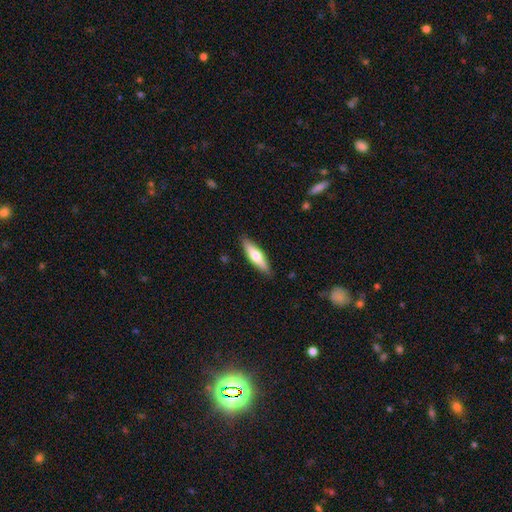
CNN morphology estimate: smooth-or-featured: smooth: 59% | featured or disk: 35% | star or artifact: 5%
  how-rounded: cigar-shaped: 66% | in between: 33% | round: 2%
  merging: none: 88% | minor disturbance: 9% | major disturbance: 2% | merger: 1%